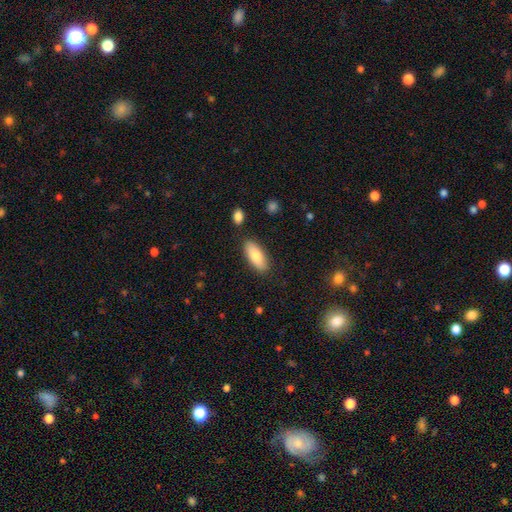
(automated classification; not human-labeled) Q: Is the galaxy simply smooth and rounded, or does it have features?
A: smooth — 79%.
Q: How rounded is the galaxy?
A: in between — 80%.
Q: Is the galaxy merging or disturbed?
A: none — 84%.